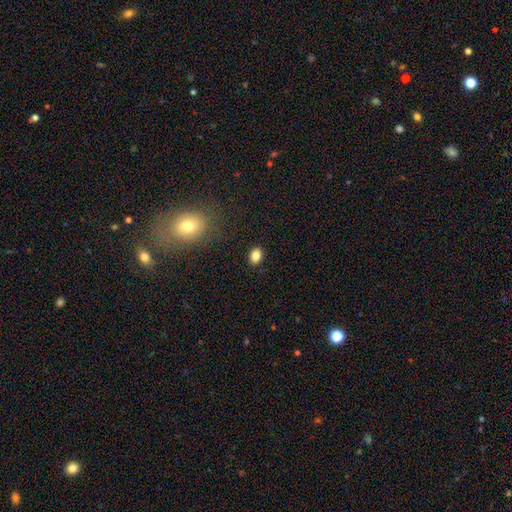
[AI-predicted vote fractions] Smooth or featured? smooth (84%)
How rounded? in between (74%)
Merging? none (88%)